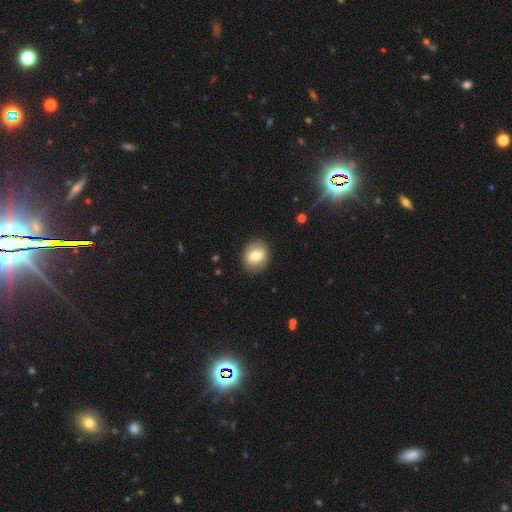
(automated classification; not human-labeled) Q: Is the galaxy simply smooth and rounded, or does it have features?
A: smooth — 72%.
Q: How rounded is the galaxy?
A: round — 76%.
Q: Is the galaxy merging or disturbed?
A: none — 89%.